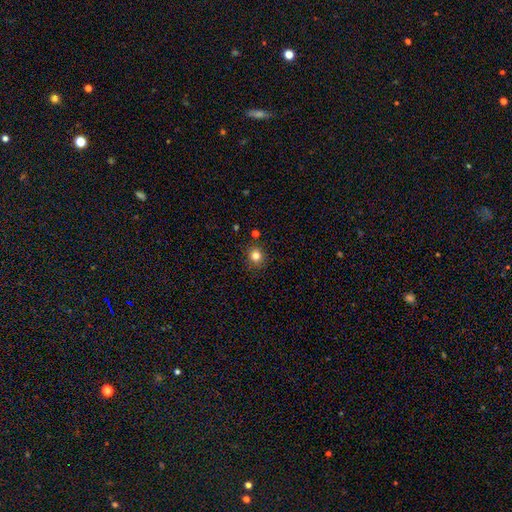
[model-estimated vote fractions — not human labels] Smooth or featured? Predicted: smooth (p=0.82). How rounded? Predicted: round (p=0.88). Merging? Predicted: none (p=0.87).